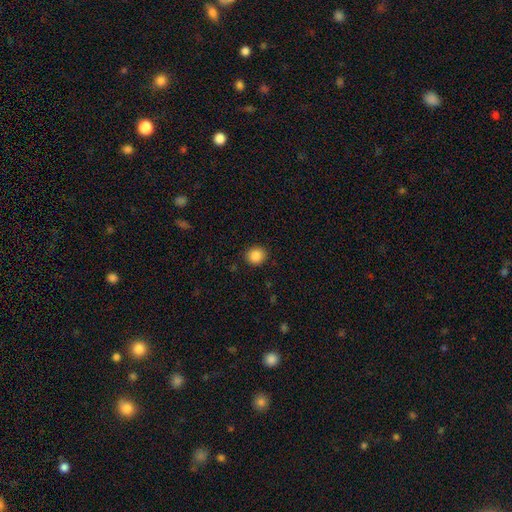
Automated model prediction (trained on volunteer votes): smooth 88%, star or artifact 9%, featured or disk 3%. Down the decision tree: how rounded — round (84%); merging — none (90%).